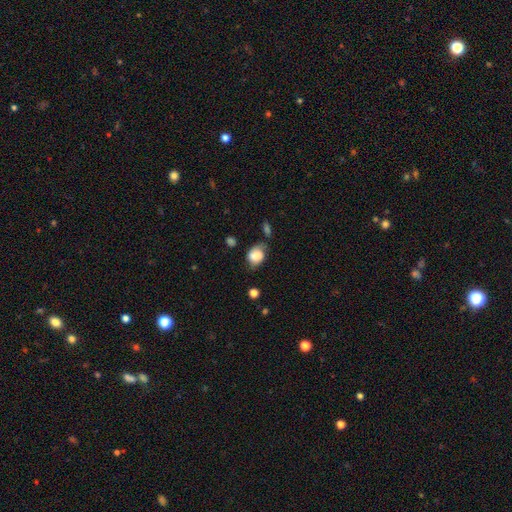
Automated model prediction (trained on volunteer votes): This is likely a smooth galaxy (77%). How rounded: likely in between (62%). Merging: possibly none (47%).